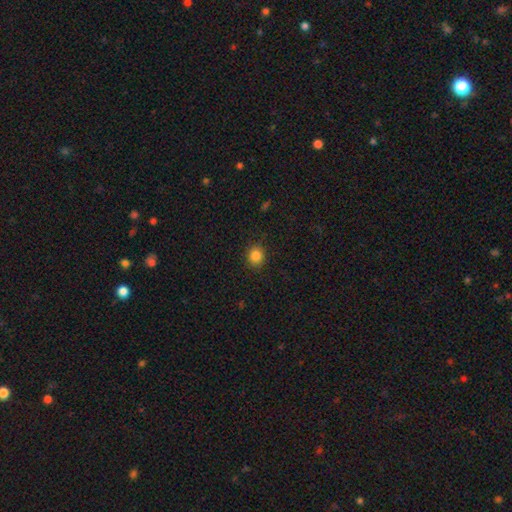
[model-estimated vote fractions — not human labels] smooth-or-featured: smooth: 85% | star or artifact: 11% | featured or disk: 4%
  how-rounded: round: 84% | in between: 15% | cigar-shaped: 1%
  merging: none: 89% | minor disturbance: 8% | major disturbance: 2% | merger: 1%